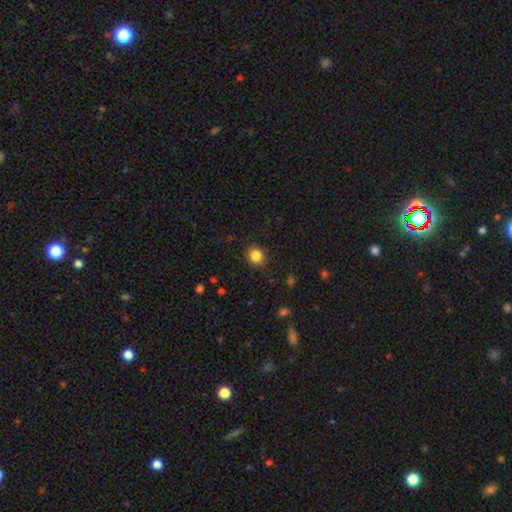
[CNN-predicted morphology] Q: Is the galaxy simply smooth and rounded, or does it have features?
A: smooth — 85%.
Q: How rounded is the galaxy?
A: round — 86%.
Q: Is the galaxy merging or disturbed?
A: none — 87%.